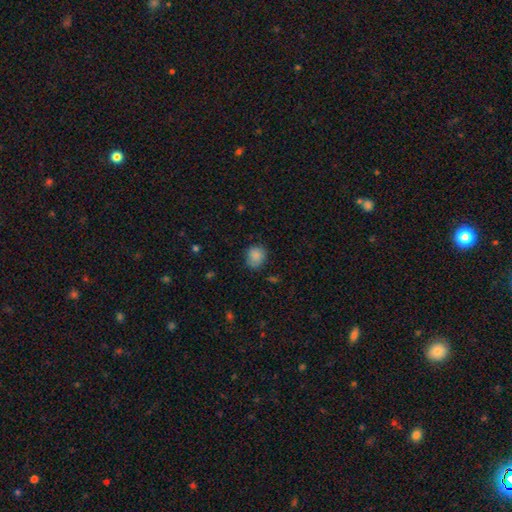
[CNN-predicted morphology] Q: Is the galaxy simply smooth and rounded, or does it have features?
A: smooth — 86%.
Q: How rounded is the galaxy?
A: round — 66%.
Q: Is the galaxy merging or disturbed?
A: none — 73%.